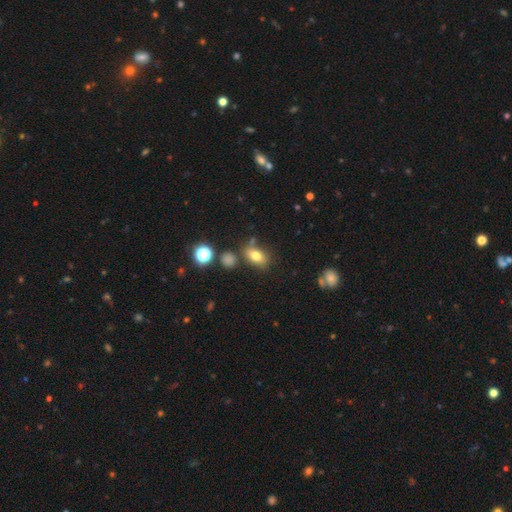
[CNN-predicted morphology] smooth_or_featured: smooth (p=0.74) [alt: star or artifact p=0.13]
how_rounded: in between (p=0.79) [alt: round p=0.18]
merging: none (p=0.68) [alt: minor disturbance p=0.17]